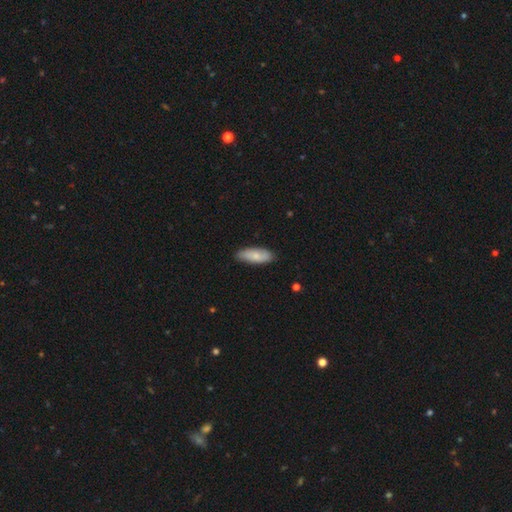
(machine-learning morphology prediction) smooth-or-featured: smooth: 76% | featured or disk: 19% | star or artifact: 5%
  how-rounded: in between: 73% | cigar-shaped: 25% | round: 2%
  merging: none: 84% | minor disturbance: 13% | major disturbance: 2% | merger: 1%